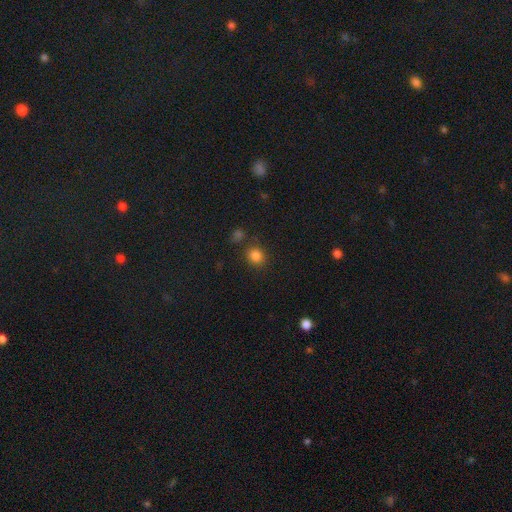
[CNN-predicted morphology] Smooth or featured: smooth — 82% (star or artifact — 13%)
How rounded: round — 79% (in between — 20%)
Merging: none — 80% (minor disturbance — 10%)